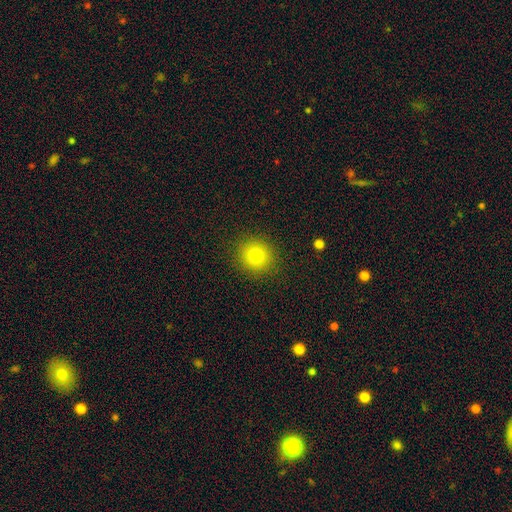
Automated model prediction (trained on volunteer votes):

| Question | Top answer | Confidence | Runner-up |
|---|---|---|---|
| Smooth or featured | smooth | 81% | star or artifact (12%) |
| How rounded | round | 92% | in between (7%) |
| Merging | none | 90% | minor disturbance (6%) |